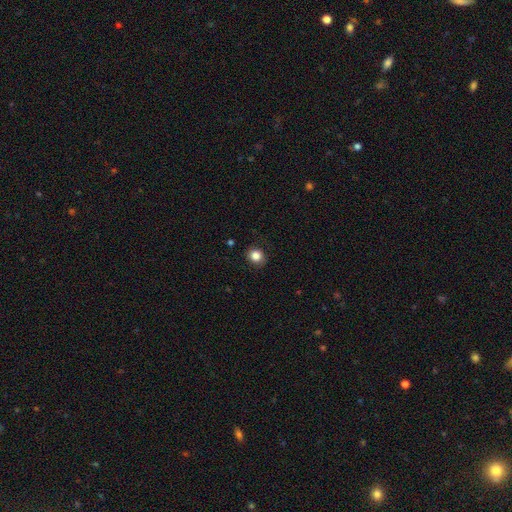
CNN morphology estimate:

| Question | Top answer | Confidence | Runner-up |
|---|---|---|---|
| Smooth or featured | smooth | 85% | star or artifact (10%) |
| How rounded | round | 78% | in between (22%) |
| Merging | none | 86% | minor disturbance (10%) |